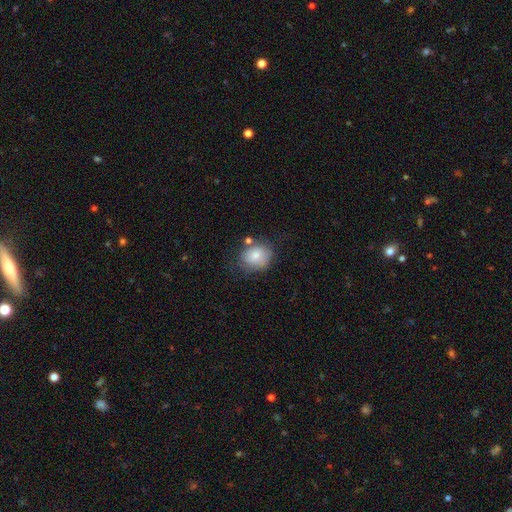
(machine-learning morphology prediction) smooth_or_featured: smooth (p=0.78) [alt: featured or disk p=0.14]
how_rounded: round (p=0.56) [alt: in between p=0.43]
merging: none (p=0.61) [alt: minor disturbance p=0.22]